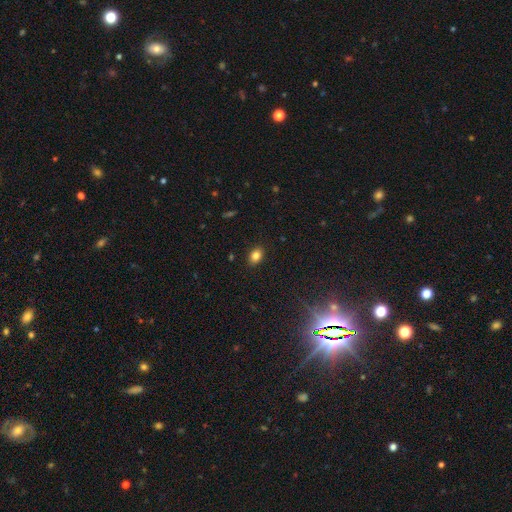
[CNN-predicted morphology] This appears to be a smooth galaxy with no disk features (83%) that is in between round and cigar-shaped (77%). Merging: none (88%).